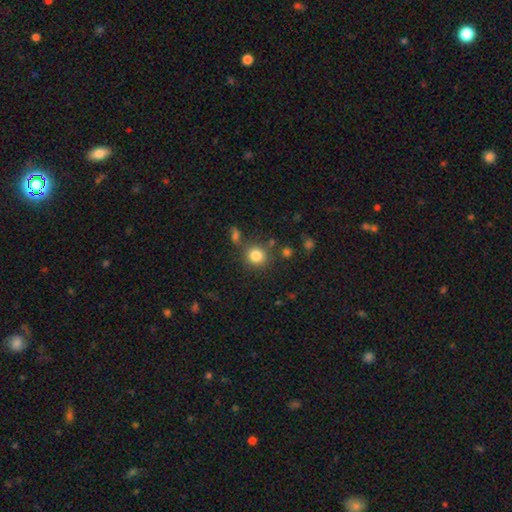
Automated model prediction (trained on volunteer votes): Overall: smooth (82%). How rounded: round (90%). Merging: none (80%).